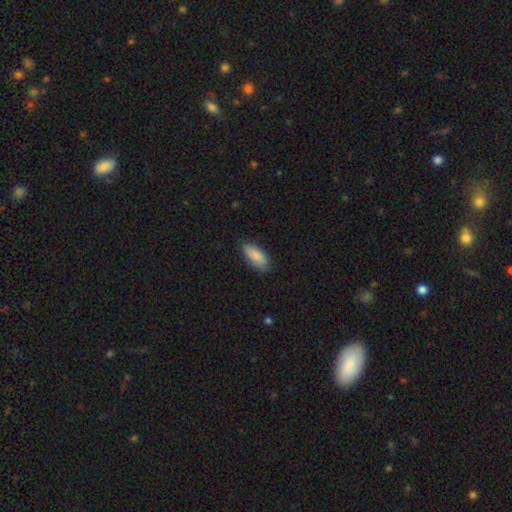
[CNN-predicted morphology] Smooth or featured? smooth (85%)
How rounded? in between (82%)
Merging? none (82%)